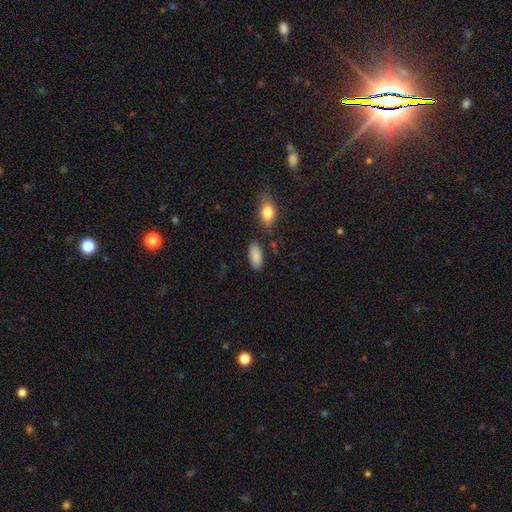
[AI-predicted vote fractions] smooth 88%, star or artifact 7%, featured or disk 5%. Down the decision tree: how rounded — in between (91%); merging — none (80%).